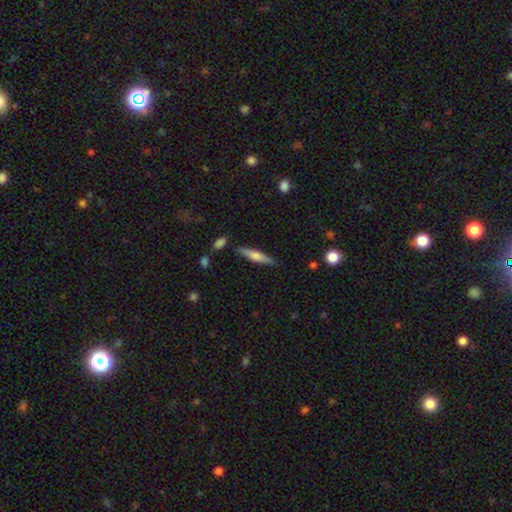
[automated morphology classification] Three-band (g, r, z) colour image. It shows a smooth galaxy with no disk features (58%) that is cigar-shaped (85%). Merging: none (84%).